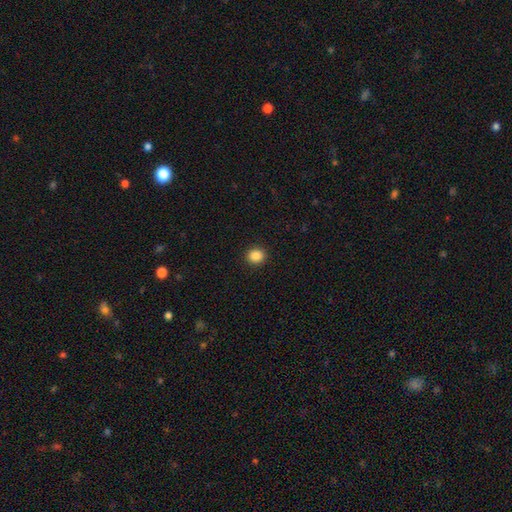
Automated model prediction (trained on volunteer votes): Smooth or featured? smooth (87%)
How rounded? round (83%)
Merging? none (92%)